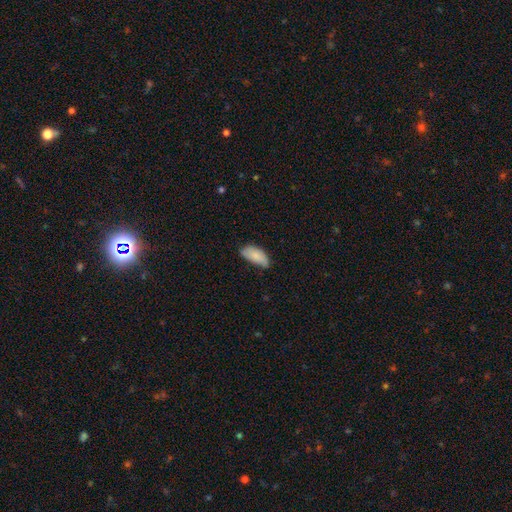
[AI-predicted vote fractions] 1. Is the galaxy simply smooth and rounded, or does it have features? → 84% smooth, 9% featured or disk, 7% star or artifact.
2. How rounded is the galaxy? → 91% in between, 7% cigar-shaped, 2% round.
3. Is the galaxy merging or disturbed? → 55% none, 36% minor disturbance, 7% major disturbance, 2% merger.